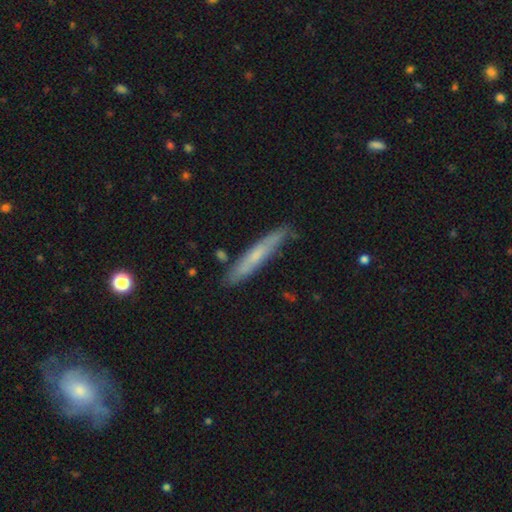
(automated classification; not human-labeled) The model was most divided on "smooth or featured": smooth: 49%, featured or disk: 45%, star or artifact: 6%. More confident: merging — none (79%).